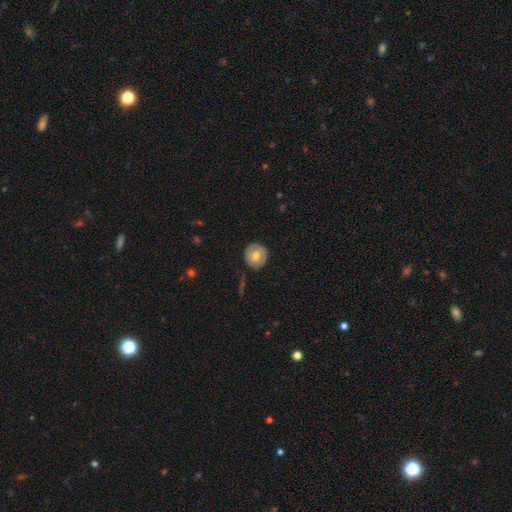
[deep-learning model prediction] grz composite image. It shows a smooth galaxy with no disk features (61%) that is round (90%). Merging: none (86%).